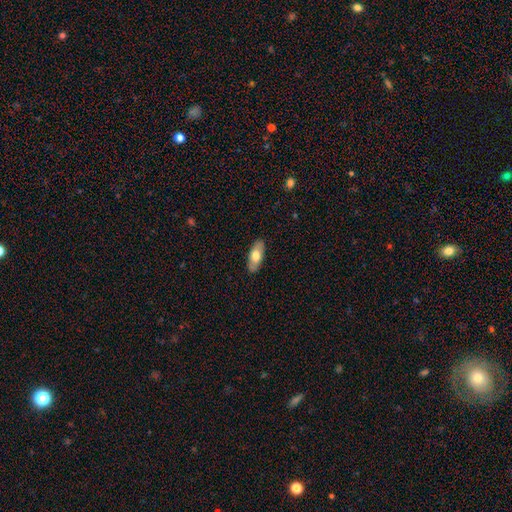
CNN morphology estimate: Smooth or featured?
  - smooth: 67% *
  - featured or disk: 27%
  - star or artifact: 5%
How rounded?
  - in between: 83% *
  - cigar-shaped: 14%
  - round: 2%
Merging?
  - none: 88% *
  - minor disturbance: 9%
  - major disturbance: 2%
  - merger: 1%